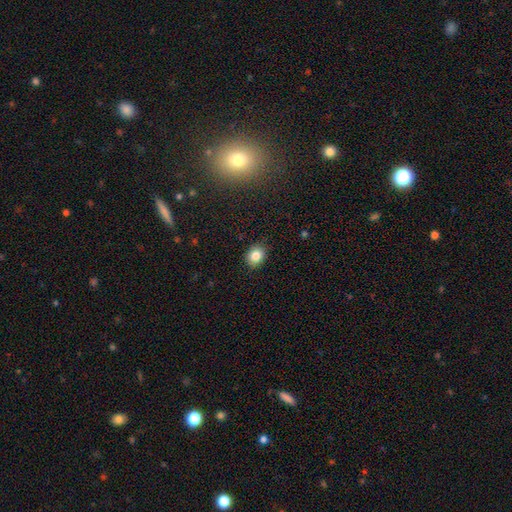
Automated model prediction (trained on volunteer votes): smooth-or-featured: smooth: 84% | star or artifact: 10% | featured or disk: 7%
  how-rounded: in between: 50% (tied) | round: 50% (tied) | cigar-shaped: 1%
  merging: none: 88% | minor disturbance: 9% | major disturbance: 2% | merger: 1%